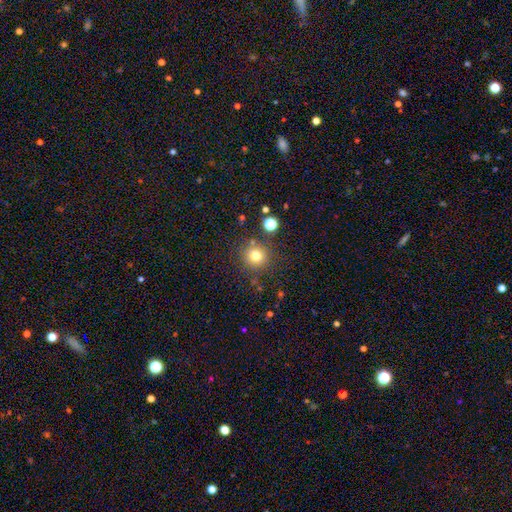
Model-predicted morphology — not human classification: Q: Smooth or featured?
A: smooth (77%); runner-up: star or artifact (15%)
Q: How rounded?
A: round (93%); runner-up: in between (6%)
Q: Merging?
A: none (82%); runner-up: minor disturbance (8%)